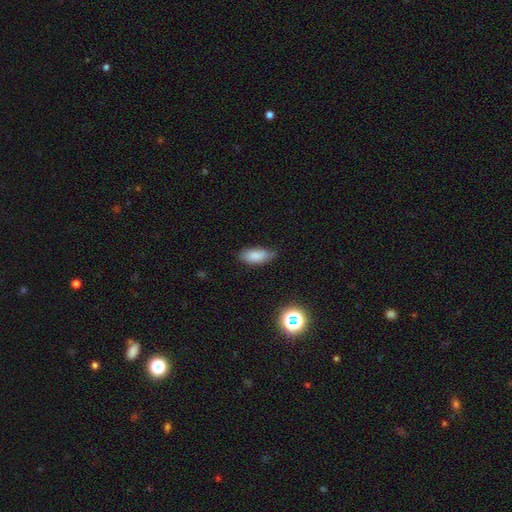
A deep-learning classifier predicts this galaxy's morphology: Overall: smooth (82%). How rounded: in between (84%). Merging: none (66%; minor disturbance 27%).